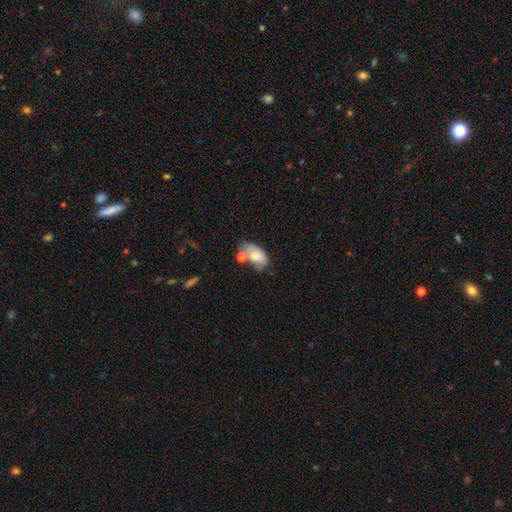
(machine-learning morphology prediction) Smooth or featured: smooth — 65% (featured or disk — 27%)
How rounded: in between — 89% (round — 10%)
Merging: merger — 34% (none — 30%)